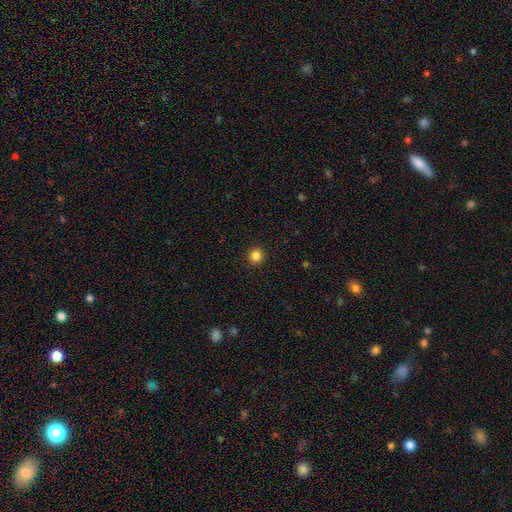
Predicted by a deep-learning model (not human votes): Smooth or featured? Predicted: smooth (p=0.84). How rounded? Predicted: round (p=0.95). Merging? Predicted: none (p=0.93).